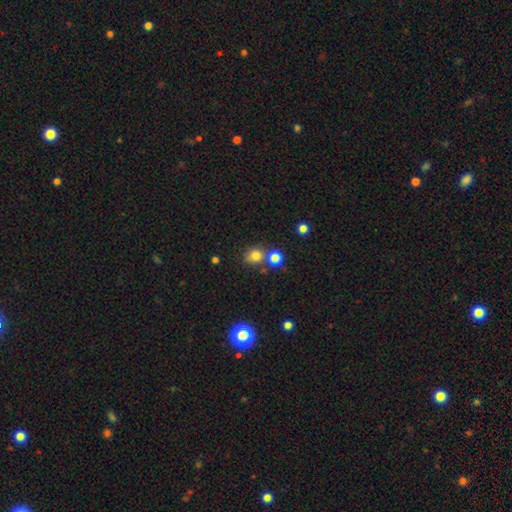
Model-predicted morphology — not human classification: Smooth or featured?
  - smooth: 77% *
  - star or artifact: 15%
  - featured or disk: 7%
How rounded?
  - round: 77% *
  - in between: 22%
  - cigar-shaped: 1%
Merging?
  - none: 62% *
  - merger: 24%
  - minor disturbance: 10%
  - major disturbance: 4%